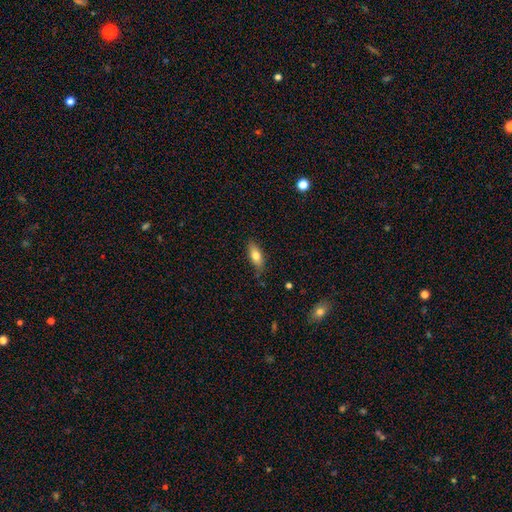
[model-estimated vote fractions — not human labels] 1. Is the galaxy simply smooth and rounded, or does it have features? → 74% smooth, 18% featured or disk, 7% star or artifact.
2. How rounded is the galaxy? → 77% in between, 20% cigar-shaped, 3% round.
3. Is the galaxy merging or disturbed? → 78% none, 17% minor disturbance, 3% major disturbance, 2% merger.